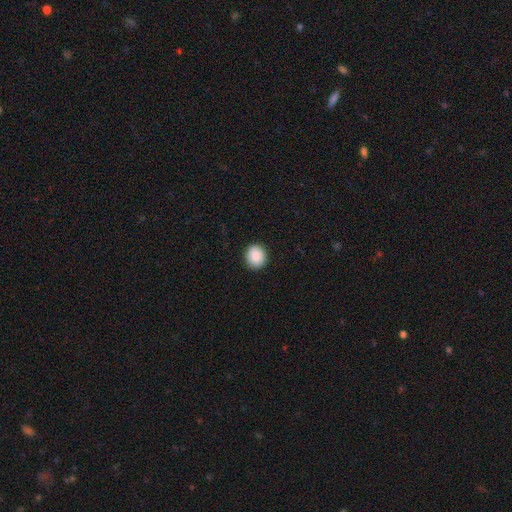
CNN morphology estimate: This is clearly a smooth galaxy (90%). How rounded: likely round (73%). Merging: clearly none (91%).